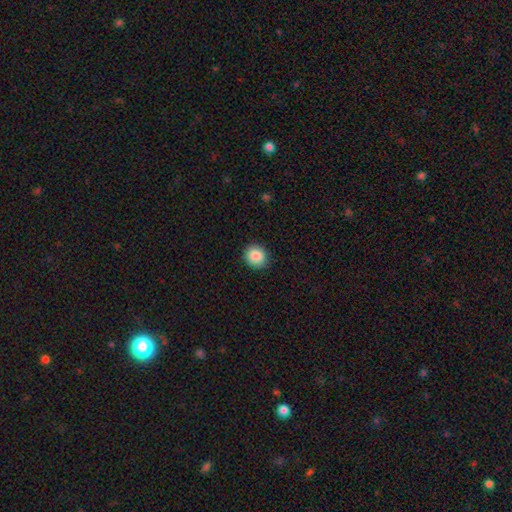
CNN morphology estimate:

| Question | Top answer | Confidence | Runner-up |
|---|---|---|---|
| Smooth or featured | smooth | 86% | star or artifact (9%) |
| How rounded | round | 82% | in between (17%) |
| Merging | none | 90% | minor disturbance (8%) |